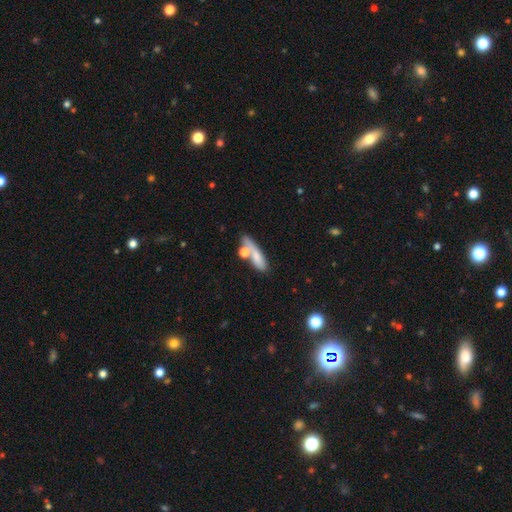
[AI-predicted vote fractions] A smooth galaxy with no disk features (72%) that is cigar-shaped (48%). Merging: none (47%).